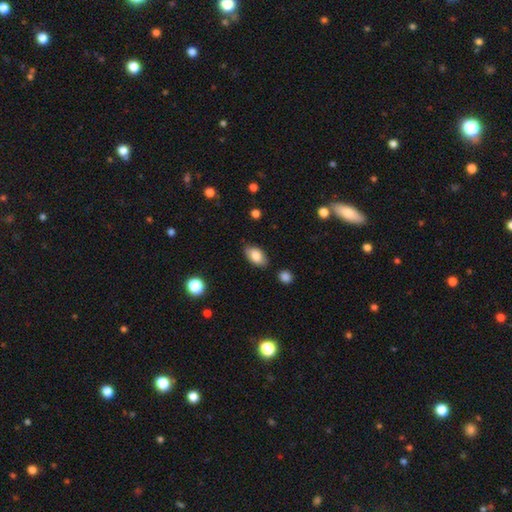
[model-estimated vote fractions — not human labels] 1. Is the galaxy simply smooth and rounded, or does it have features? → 83% smooth, 10% featured or disk, 7% star or artifact.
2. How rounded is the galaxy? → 93% in between, 5% round, 2% cigar-shaped.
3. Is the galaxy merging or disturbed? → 84% none, 12% minor disturbance, 2% major disturbance, 2% merger.